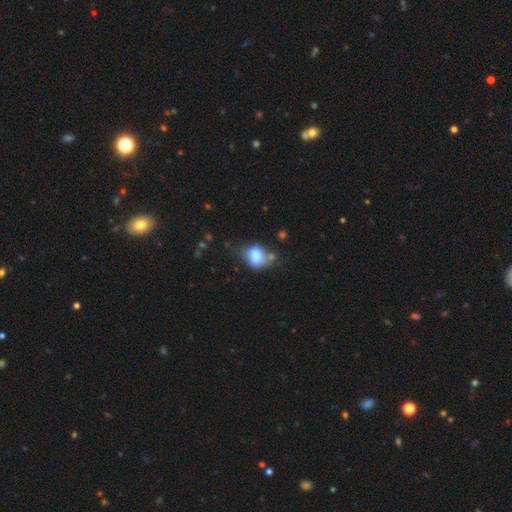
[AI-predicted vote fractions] smooth 76%, featured or disk 15%, star or artifact 10%. Down the decision tree: how rounded — in between (58%); merging — none (37%).